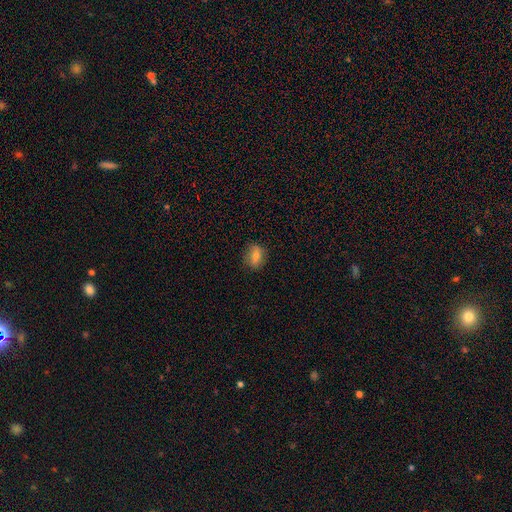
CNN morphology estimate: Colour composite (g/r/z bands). It shows a smooth galaxy with no disk features (69%) that is in between round and cigar-shaped (57%). Merging: none (85%).